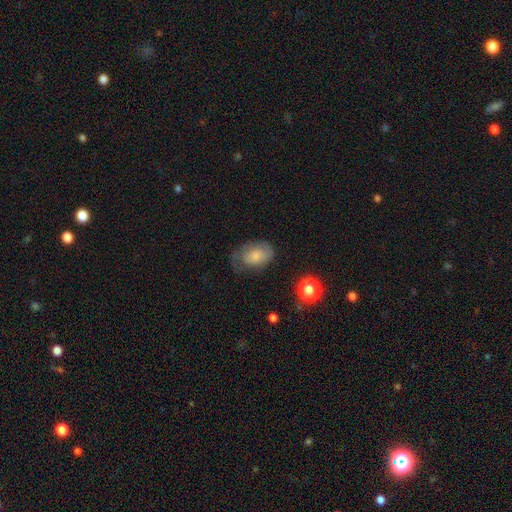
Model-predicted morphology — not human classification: Overall: smooth (65%; featured or disk 27%). How rounded: in between (84%). Merging: none (43%; minor disturbance 31%).